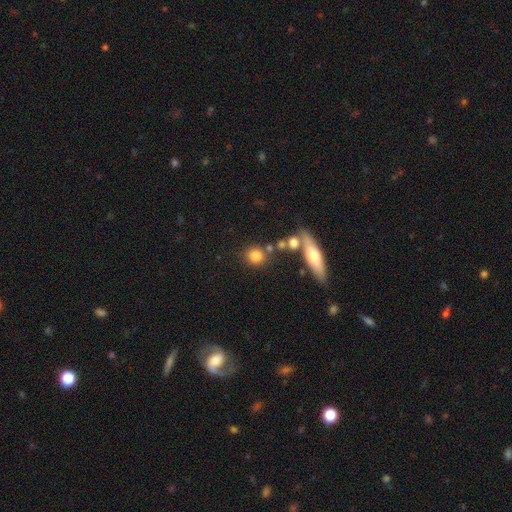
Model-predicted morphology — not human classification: Overall: smooth (79%). How rounded: round (82%). Merging: none (73%).